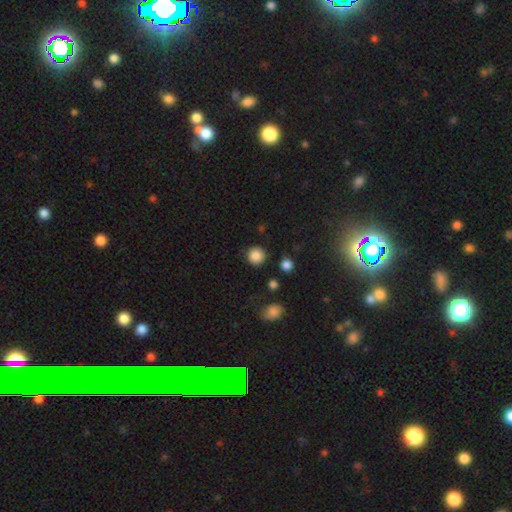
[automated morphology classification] Q: Smooth or featured?
A: smooth (86%); runner-up: star or artifact (10%)
Q: How rounded?
A: round (94%); runner-up: in between (5%)
Q: Merging?
A: none (87%); runner-up: minor disturbance (8%)